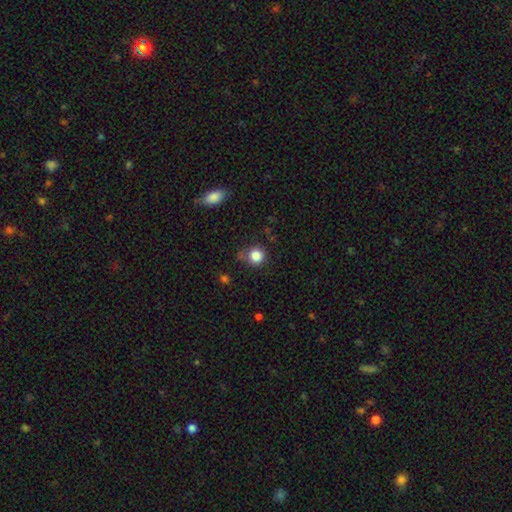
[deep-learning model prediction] Q: Smooth or featured?
A: smooth (84%); runner-up: star or artifact (11%)
Q: How rounded?
A: round (91%); runner-up: in between (8%)
Q: Merging?
A: none (76%); runner-up: minor disturbance (15%)